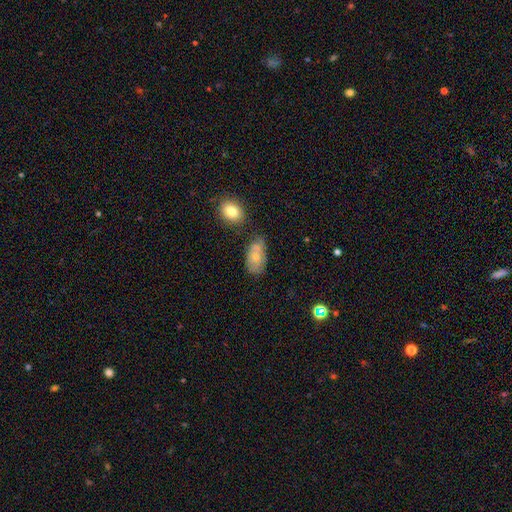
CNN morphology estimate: The model was most divided on "merging": none: 45%, minor disturbance: 27%, merger: 18%, major disturbance: 10%. More confident: how rounded — in between (90%); smooth or featured — smooth (62%).